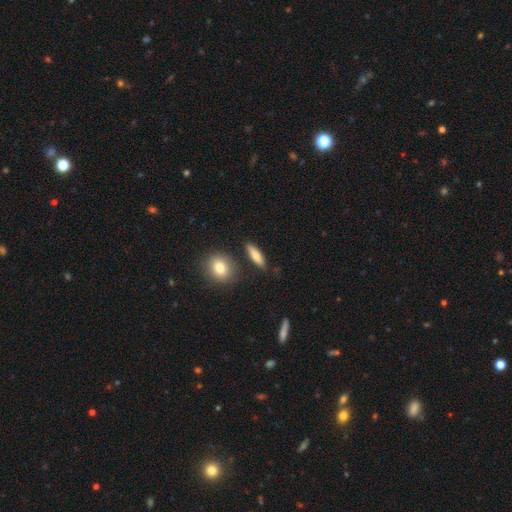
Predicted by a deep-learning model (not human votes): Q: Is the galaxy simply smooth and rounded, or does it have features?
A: smooth — 76%.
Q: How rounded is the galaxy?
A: cigar-shaped — 51%.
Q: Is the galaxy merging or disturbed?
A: none — 83%.